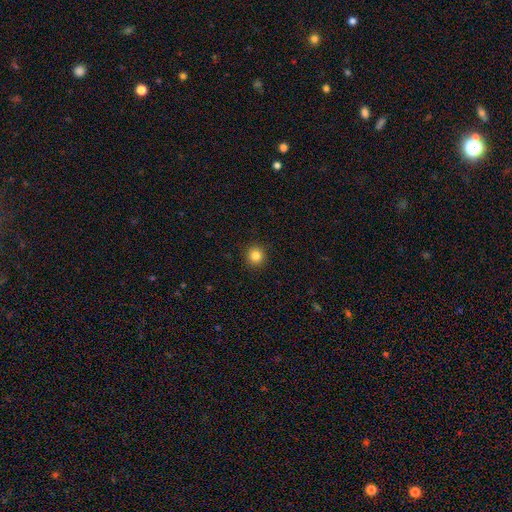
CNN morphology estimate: Smooth or featured? Predicted: smooth (p=0.83). How rounded? Predicted: round (p=0.94). Merging? Predicted: none (p=0.93).